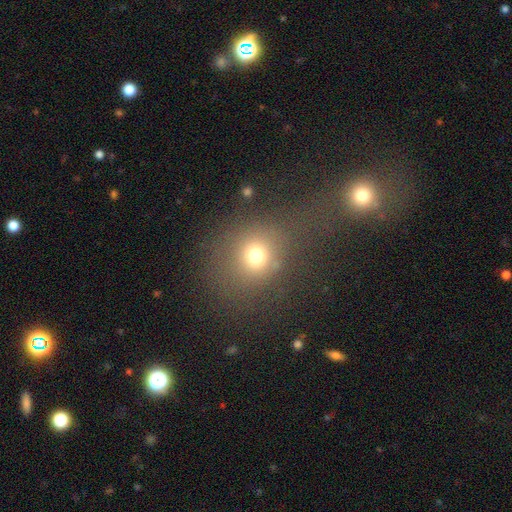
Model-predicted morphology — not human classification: smooth_or_featured: smooth (p=0.71) [alt: star or artifact p=0.18]
how_rounded: round (p=0.73) [alt: in between p=0.26]
merging: none (p=0.65) [alt: minor disturbance p=0.14]